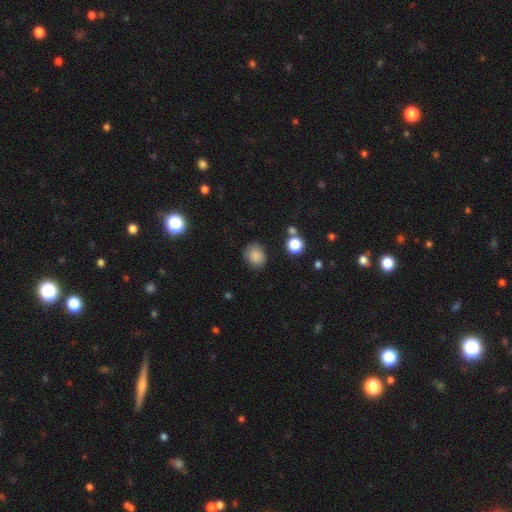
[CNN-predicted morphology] smooth-or-featured: smooth: 84% | star or artifact: 10% | featured or disk: 6%
  how-rounded: round: 63% | in between: 36% | cigar-shaped: 1%
  merging: none: 74% | minor disturbance: 19% | major disturbance: 5% | merger: 3%